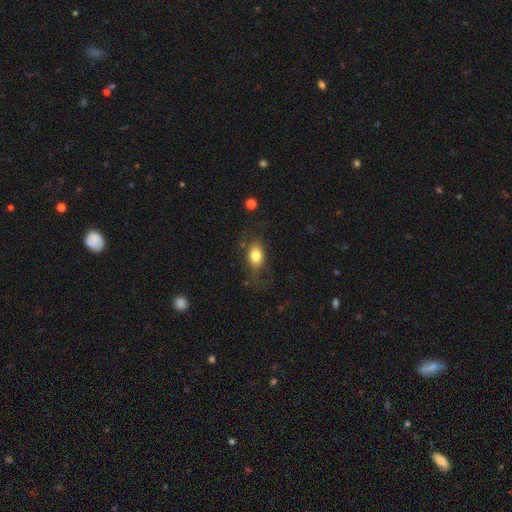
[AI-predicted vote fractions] This is likely a smooth galaxy (76%). How rounded: clearly in between (82%). Merging: likely none (62%).